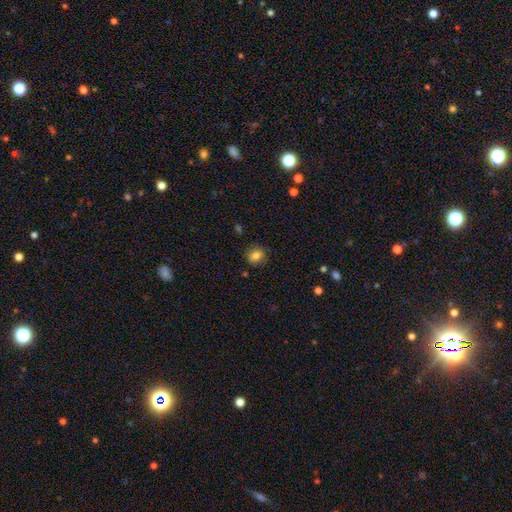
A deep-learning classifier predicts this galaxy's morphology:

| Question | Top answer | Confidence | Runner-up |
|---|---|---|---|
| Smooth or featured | smooth | 82% | star or artifact (10%) |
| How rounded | round | 76% | in between (23%) |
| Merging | none | 87% | minor disturbance (9%) |